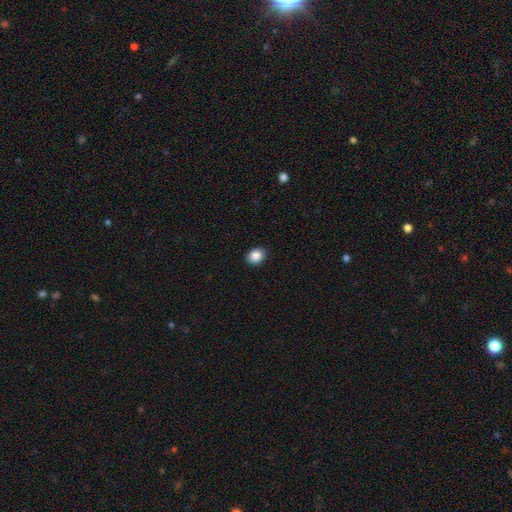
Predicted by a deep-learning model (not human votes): Overall: smooth (87%). How rounded: in between (53%; round 46%). Merging: none (88%).